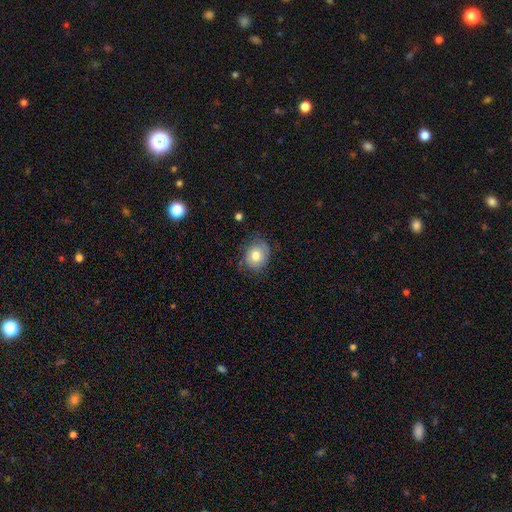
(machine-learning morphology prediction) Smooth or featured? Predicted: smooth (p=0.70). How rounded? Predicted: round (p=0.64). Merging? Predicted: none (p=0.70).